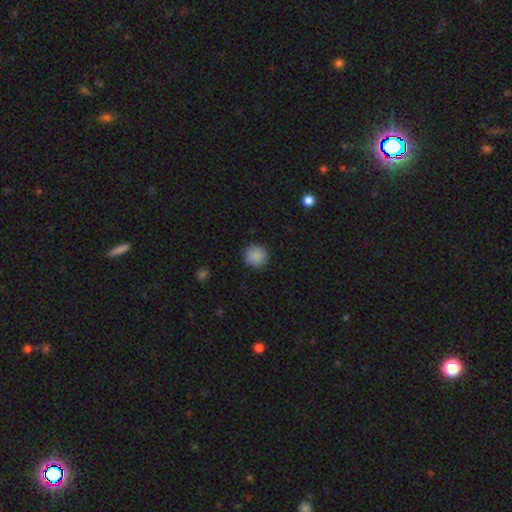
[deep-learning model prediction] Smooth or featured? smooth (88%)
How rounded? round (93%)
Merging? none (90%)